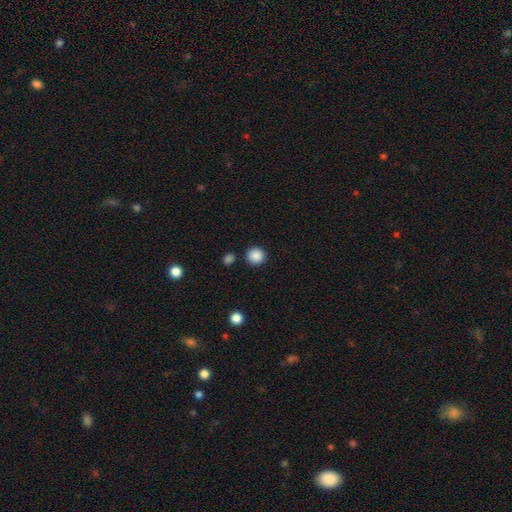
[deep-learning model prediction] A smooth galaxy with no disk features (88%) that is round (92%).

Vote fractions:
- Smooth or featured? smooth: 88% / star or artifact: 9% / featured or disk: 3%
- How rounded? round: 92% / in between: 7% / cigar-shaped: 1%
- Merging? none: 88% / minor disturbance: 7% / merger: 3% / major disturbance: 2%